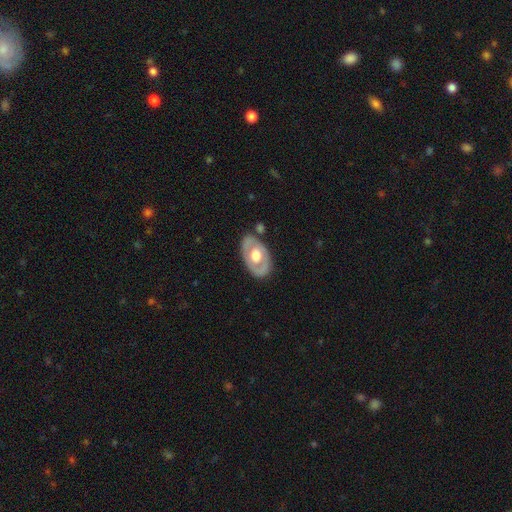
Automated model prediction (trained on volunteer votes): smooth-or-featured: featured or disk: 58% | smooth: 37% | star or artifact: 5%
  disk-edge-on: no: 89% | yes: 11%
    bar: no: 85% | weak: 11% | strong: 3%
    has-spiral-arms: no: 82% | yes: 18%
    bulge-size: moderate: 50% | large: 43% | small: 3% | dominant: 3% | none: 1%
  merging: none: 75% | minor disturbance: 15% | merger: 5% | major disturbance: 5%